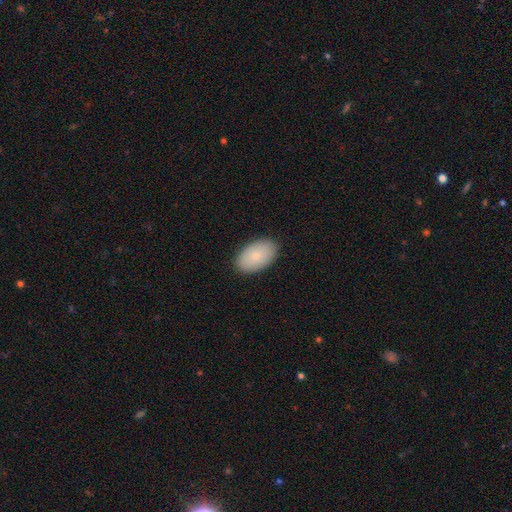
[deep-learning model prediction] Smooth or featured? Predicted: smooth (p=0.81). How rounded? Predicted: in between (p=0.94). Merging? Predicted: none (p=0.88).